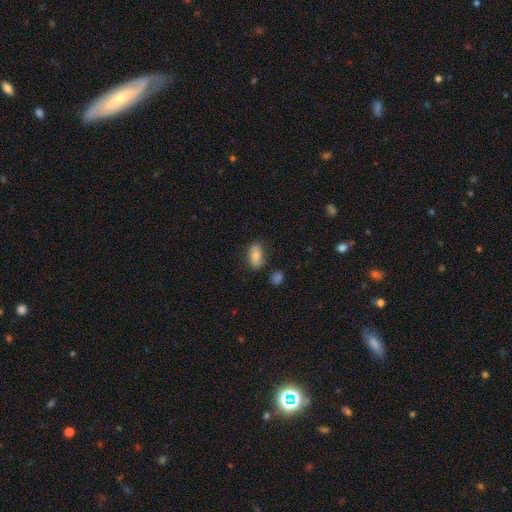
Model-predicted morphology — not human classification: Smooth or featured?
  - smooth: 76% *
  - featured or disk: 16%
  - star or artifact: 8%
How rounded?
  - in between: 89% *
  - round: 7%
  - cigar-shaped: 4%
Merging?
  - none: 77% *
  - minor disturbance: 16%
  - major disturbance: 4%
  - merger: 3%